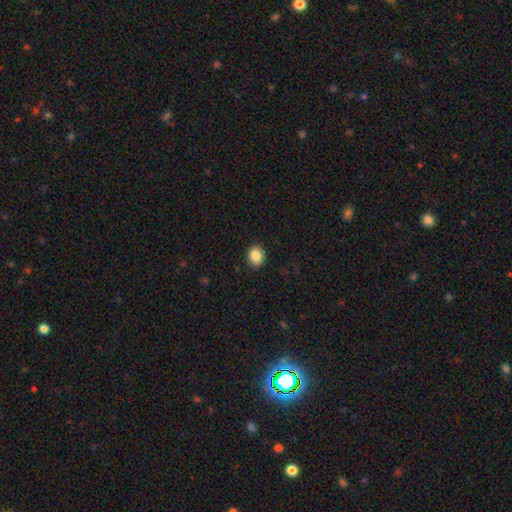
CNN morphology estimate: smooth 87%, star or artifact 9%, featured or disk 5%. Down the decision tree: how rounded — round (51%); merging — none (91%).